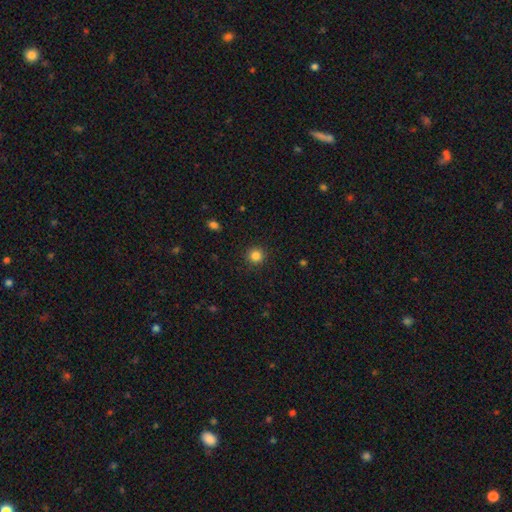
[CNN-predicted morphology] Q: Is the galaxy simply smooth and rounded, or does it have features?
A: smooth — 84%.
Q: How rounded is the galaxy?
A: round — 94%.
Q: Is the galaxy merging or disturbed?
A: none — 91%.